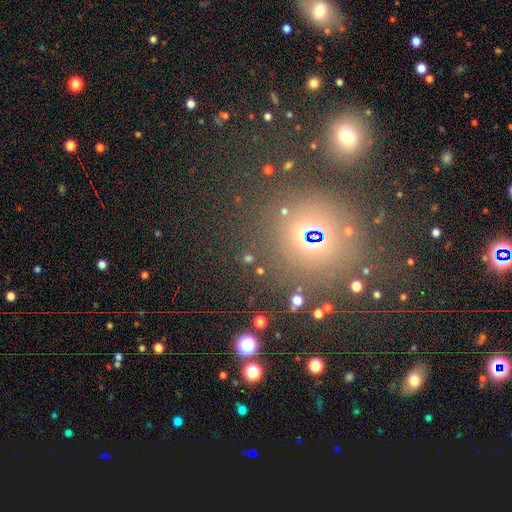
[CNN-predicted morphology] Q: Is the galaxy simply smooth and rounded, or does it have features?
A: star or artifact — 67%.